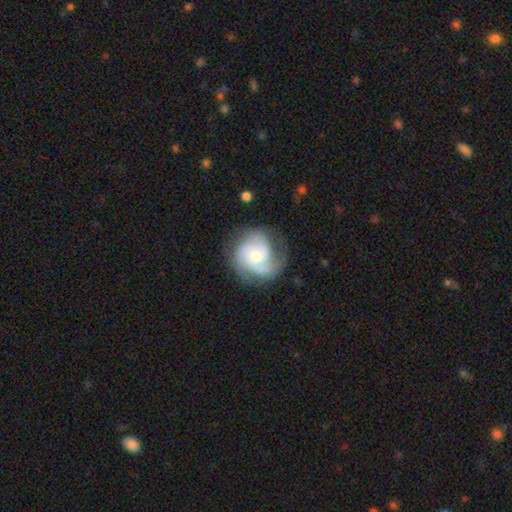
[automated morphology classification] A featured or disk galaxy (75%) with no bar (70%), 3 (40%) medium (44%) spiral arms (95%) and a small central bulge (52%).

Vote fractions:
- Smooth or featured? featured or disk: 75% / smooth: 19% / star or artifact: 6%
- Edge-on disk? no: 98% / yes: 2%
- Bar? no: 70% / weak: 26% / strong: 4%
- Spiral arms? yes: 95% / no: 5%
- Spiral winding? medium: 44% / tight: 40% / loose: 16%
- Spiral arm count? 3: 40% / 2: 26% / can't tell: 16% / 1: 7% / 4: 6% / more than 4: 4%
- Bulge size? small: 52% / moderate: 38% / large: 6% / none: 3% / dominant: 2%
- Merging? none: 63% / minor disturbance: 20% / major disturbance: 15% / merger: 2%